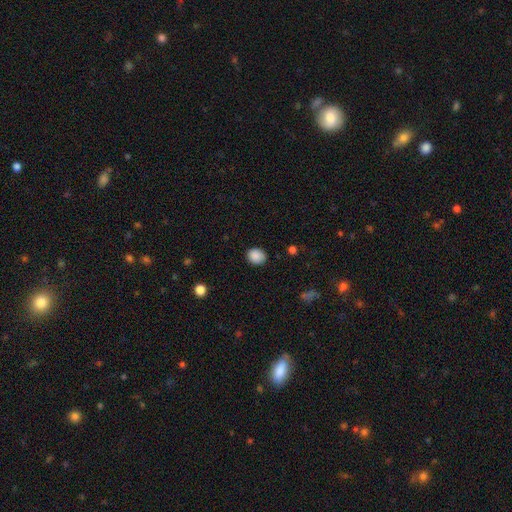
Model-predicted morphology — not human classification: This is clearly a smooth galaxy (88%). How rounded: likely round (69%). Merging: clearly none (86%).